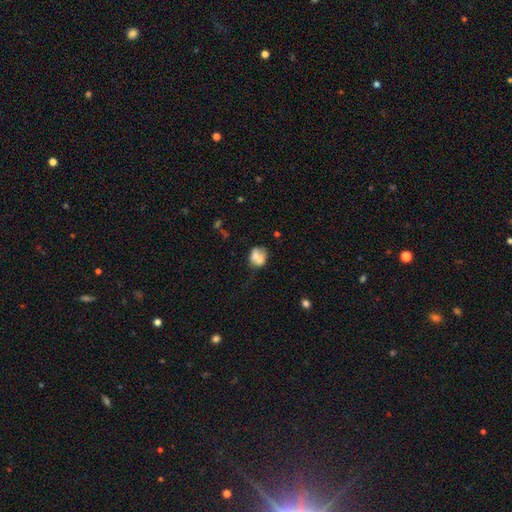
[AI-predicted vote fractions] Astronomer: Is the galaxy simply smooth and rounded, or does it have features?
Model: smooth — 64%.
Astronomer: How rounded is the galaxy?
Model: round — 57% (runner-up: in between, 42%).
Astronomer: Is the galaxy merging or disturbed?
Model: merger — 47% (runner-up: none, 32%).